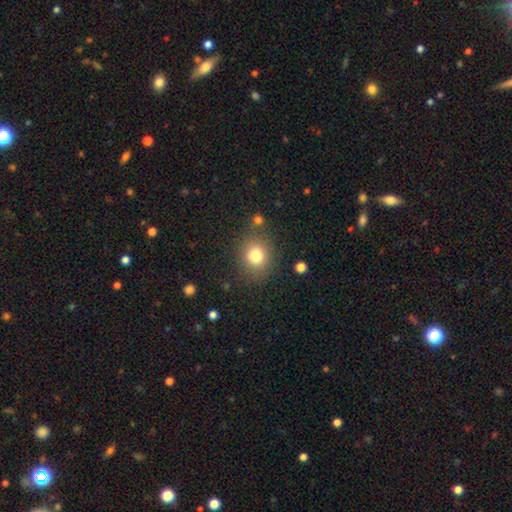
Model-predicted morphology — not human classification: Smooth or featured? Predicted: smooth (p=0.79). How rounded? Predicted: round (p=0.71). Merging? Predicted: none (p=0.79).